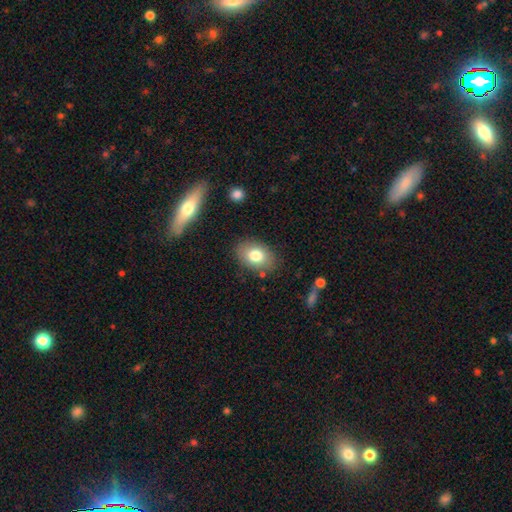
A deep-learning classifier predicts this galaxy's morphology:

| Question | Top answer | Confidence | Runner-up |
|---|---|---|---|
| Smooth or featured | smooth | 78% | featured or disk (13%) |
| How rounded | in between | 78% | round (21%) |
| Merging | none | 81% | minor disturbance (13%) |